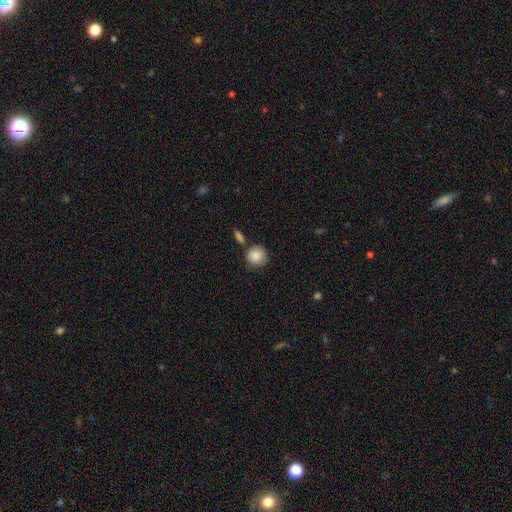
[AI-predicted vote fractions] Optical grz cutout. It shows a smooth galaxy with no disk features (87%) that is round (90%). Merging: none (73%).